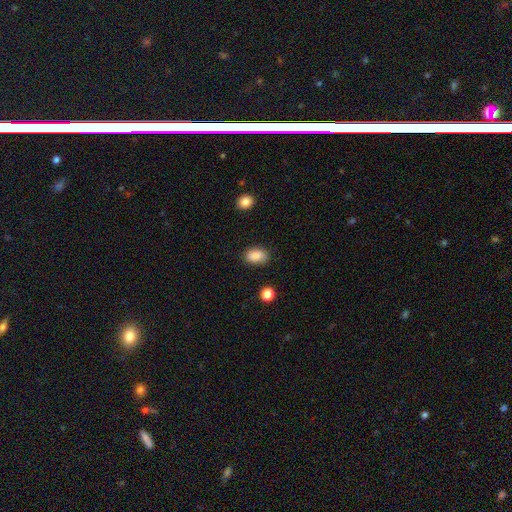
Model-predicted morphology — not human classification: The model was most divided on "merging": none: 81%, minor disturbance: 14%, major disturbance: 3%, merger: 2%. More confident: smooth or featured — smooth (88%); how rounded — in between (86%).